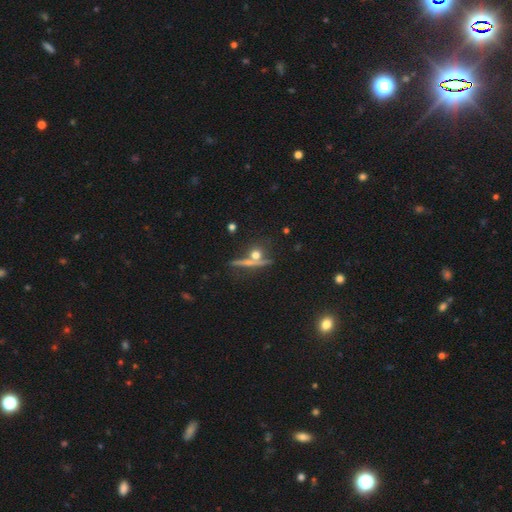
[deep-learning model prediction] Morphology: type=smooth (56%); roundness=round (69%); merging=none (59%).